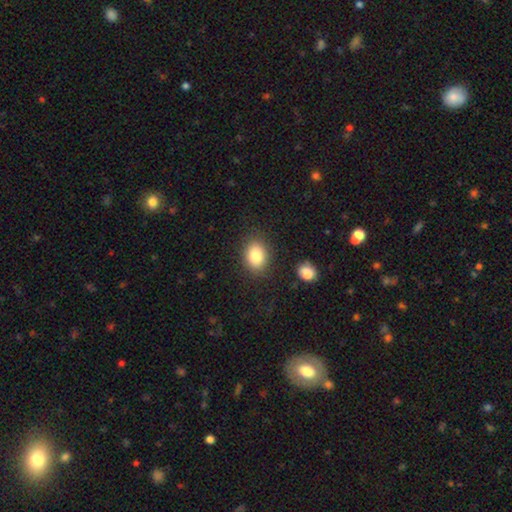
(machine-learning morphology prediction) type=smooth (84%); roundness=in between (67%); merging=none (84%).